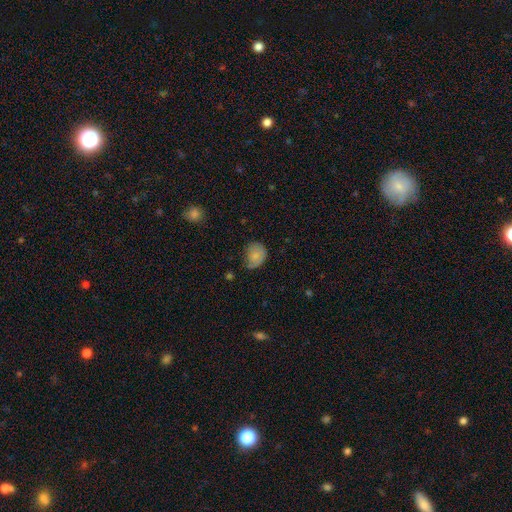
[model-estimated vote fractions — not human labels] This appears to be a smooth galaxy with no disk features (75%) that is in between round and cigar-shaped (51%). Merging: none (52%).